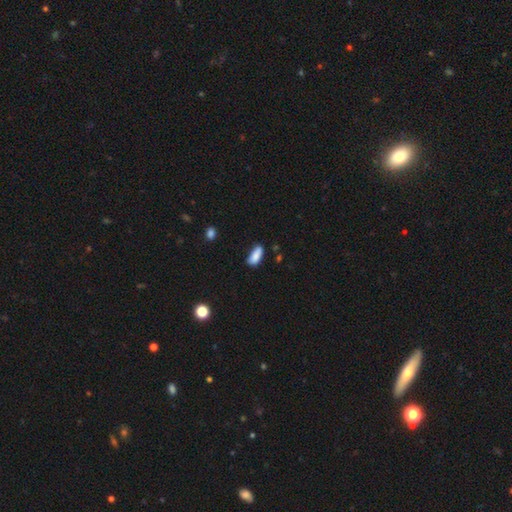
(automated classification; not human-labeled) This is clearly a smooth galaxy (86%). How rounded: likely in between (78%). Merging: likely none (63%).